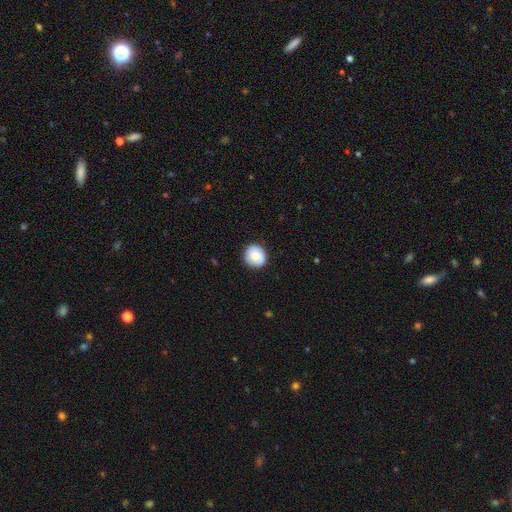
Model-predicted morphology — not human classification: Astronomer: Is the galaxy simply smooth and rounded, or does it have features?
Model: smooth — 79%.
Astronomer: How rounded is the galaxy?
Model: round — 90%.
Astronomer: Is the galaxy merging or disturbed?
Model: none — 87%.